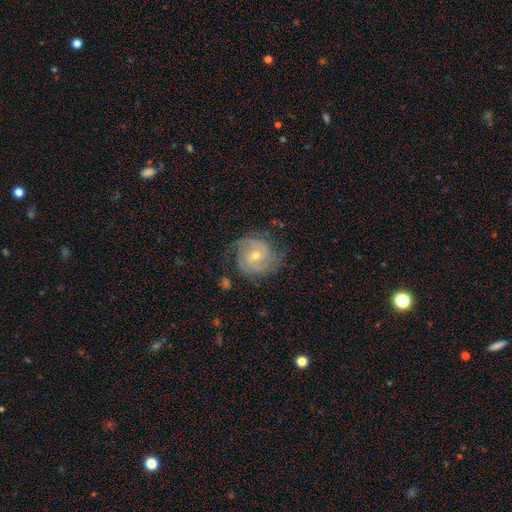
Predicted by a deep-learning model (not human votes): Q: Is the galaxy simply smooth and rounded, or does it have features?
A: featured or disk — 80%.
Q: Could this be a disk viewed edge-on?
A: no — 97%.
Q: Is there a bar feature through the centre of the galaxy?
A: no — 69%.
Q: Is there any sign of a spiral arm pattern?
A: yes — 94%.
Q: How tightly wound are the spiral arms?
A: tight — 61%.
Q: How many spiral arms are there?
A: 2 — 35%.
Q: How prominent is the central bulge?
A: moderate — 49%.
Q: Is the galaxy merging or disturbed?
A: none — 72%.